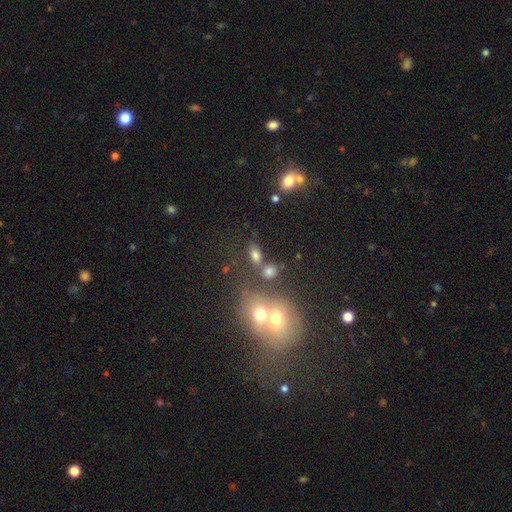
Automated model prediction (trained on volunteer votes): This appears to be a smooth galaxy with no disk features (70%) that is in between round and cigar-shaped (76%). Merging: none (53%).